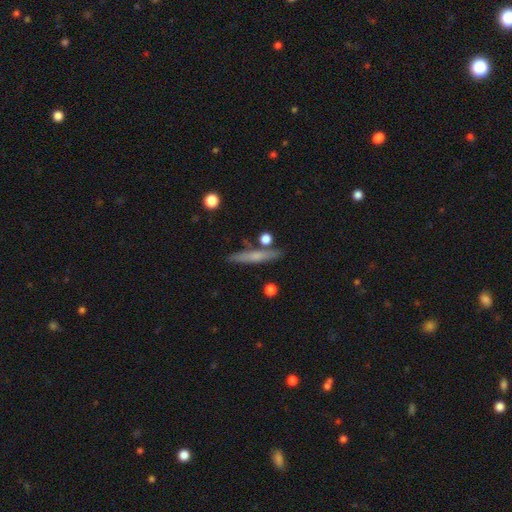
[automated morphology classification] Smooth or featured? Predicted: smooth (p=0.56). How rounded? Predicted: cigar-shaped (p=0.90). Merging? Predicted: none (p=0.82).